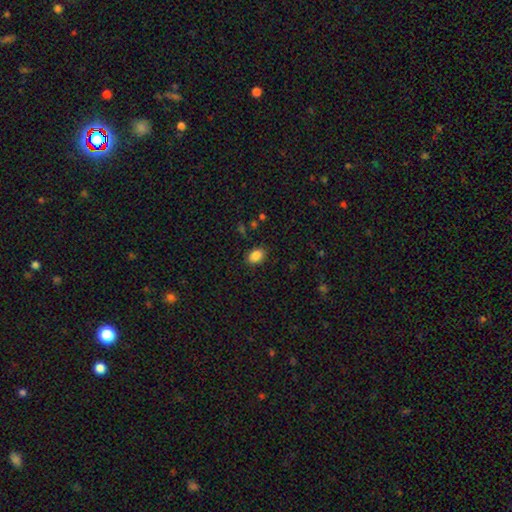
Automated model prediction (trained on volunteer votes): Overall: smooth (87%). How rounded: in between (73%). Merging: none (87%).